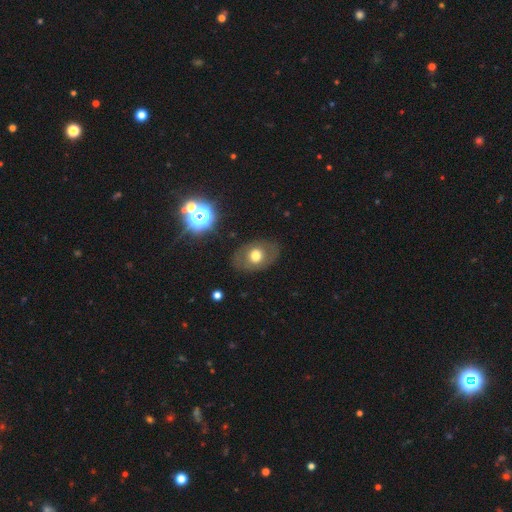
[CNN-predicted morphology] smooth 59%, featured or disk 31%, star or artifact 10%. Down the decision tree: how rounded — in between (70%); merging — none (81%).